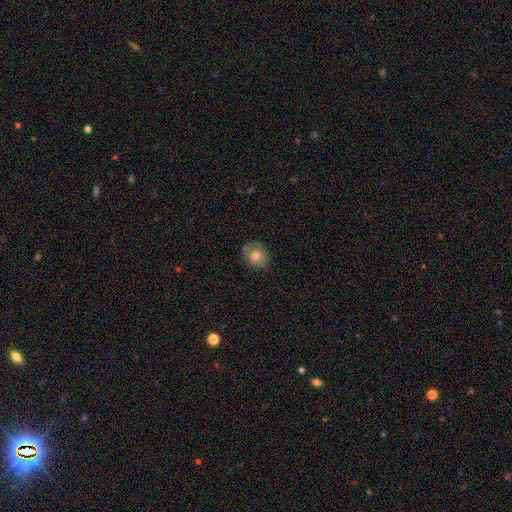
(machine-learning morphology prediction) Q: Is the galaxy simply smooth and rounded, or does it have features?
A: smooth — 72%.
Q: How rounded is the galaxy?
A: round — 73%.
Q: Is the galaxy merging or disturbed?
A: none — 74%.